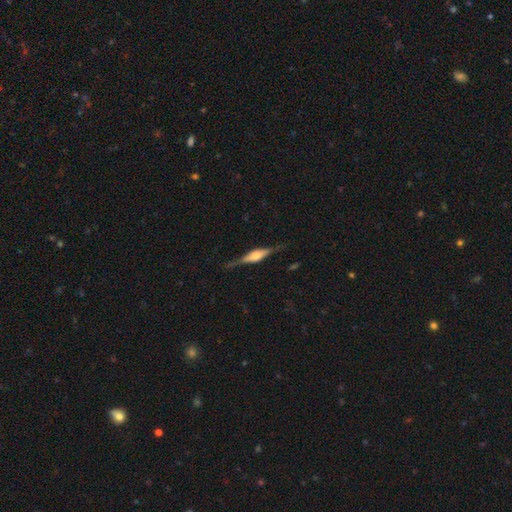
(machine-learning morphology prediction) Smooth or featured? Predicted: featured or disk (p=0.78). Edge-on disk? Predicted: yes (p=0.97). Edge-on bulge? Predicted: rounded (p=0.74). Merging? Predicted: none (p=0.83).